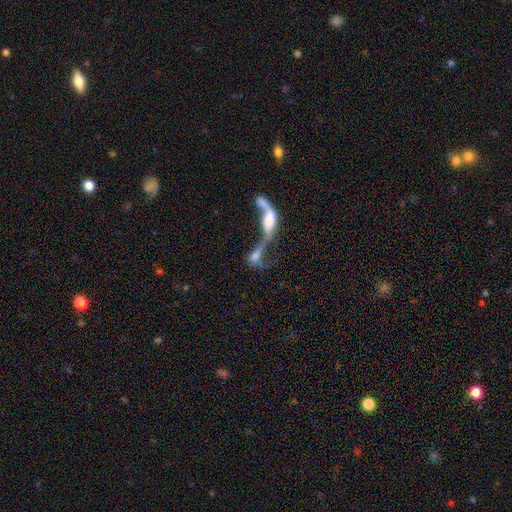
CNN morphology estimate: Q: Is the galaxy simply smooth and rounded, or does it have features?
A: smooth — 52%.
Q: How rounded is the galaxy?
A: in between — 65%.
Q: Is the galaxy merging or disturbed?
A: merger — 80%.